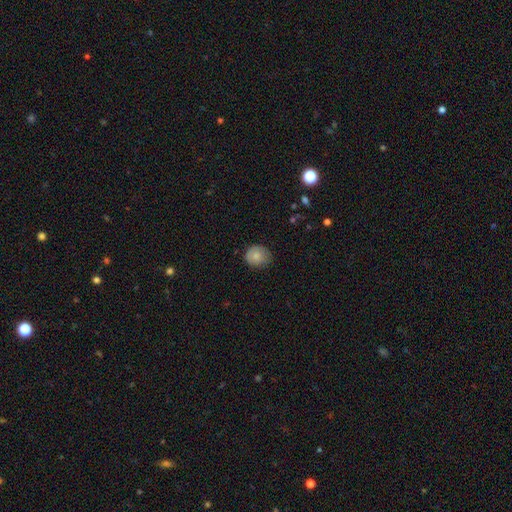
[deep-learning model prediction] Q: Smooth or featured?
A: smooth (78%); runner-up: featured or disk (14%)
Q: How rounded?
A: round (77%); runner-up: in between (22%)
Q: Merging?
A: none (71%); runner-up: minor disturbance (23%)